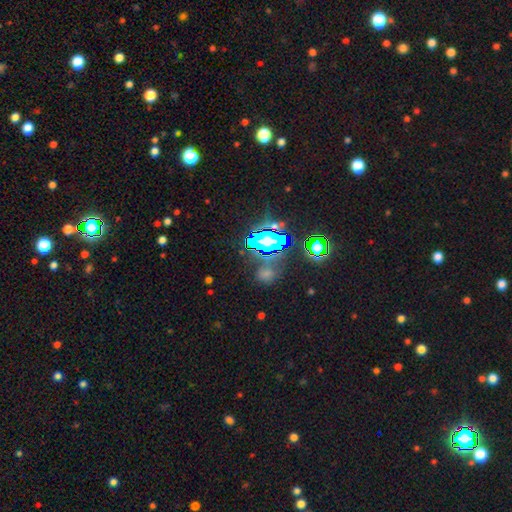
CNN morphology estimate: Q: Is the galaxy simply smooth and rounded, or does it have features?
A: star or artifact — 82%.